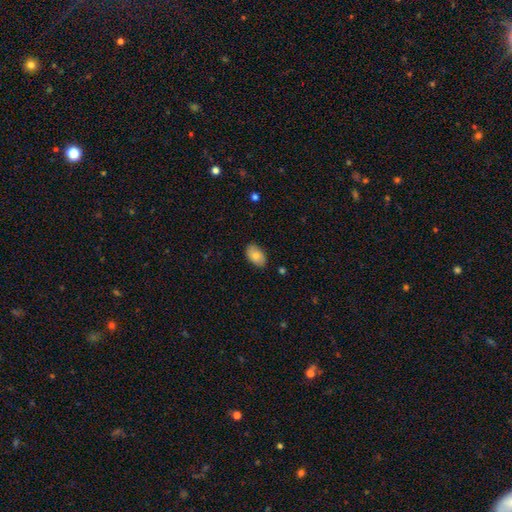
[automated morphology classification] Smooth or featured? Predicted: smooth (p=0.80). How rounded? Predicted: in between (p=0.92). Merging? Predicted: none (p=0.85).